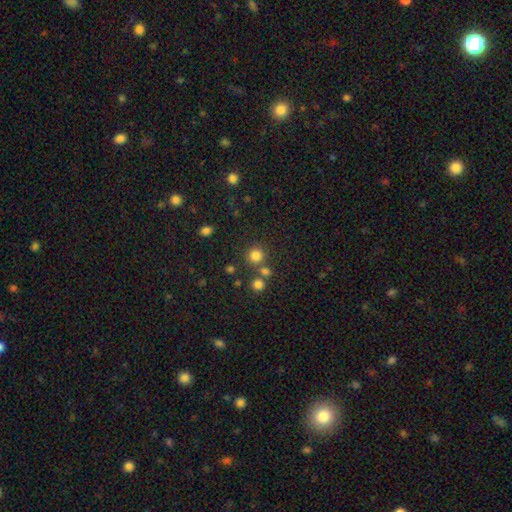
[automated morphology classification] smooth 79%, star or artifact 15%, featured or disk 6%. Down the decision tree: how rounded — round (92%); merging — none (75%).